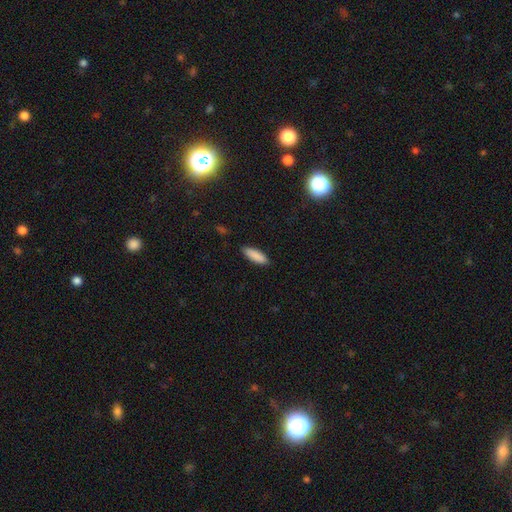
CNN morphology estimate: smooth-or-featured: smooth: 89% | star or artifact: 6% | featured or disk: 5%
  how-rounded: in between: 50% | cigar-shaped: 48% | round: 1%
  merging: none: 88% | minor disturbance: 9% | major disturbance: 2% | merger: 1%